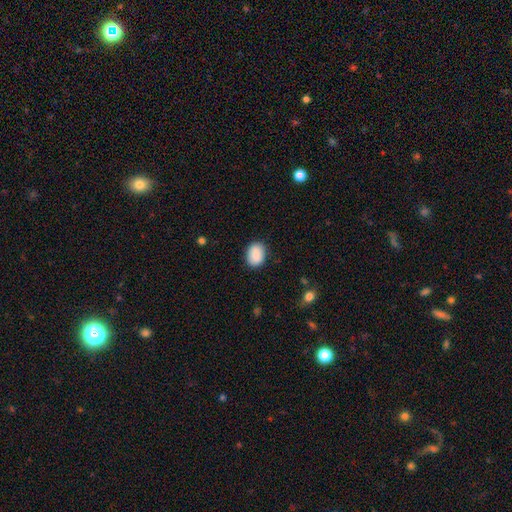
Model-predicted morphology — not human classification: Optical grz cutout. It shows a smooth galaxy with no disk features (90%) that is in between round and cigar-shaped (68%). Merging: none (85%).